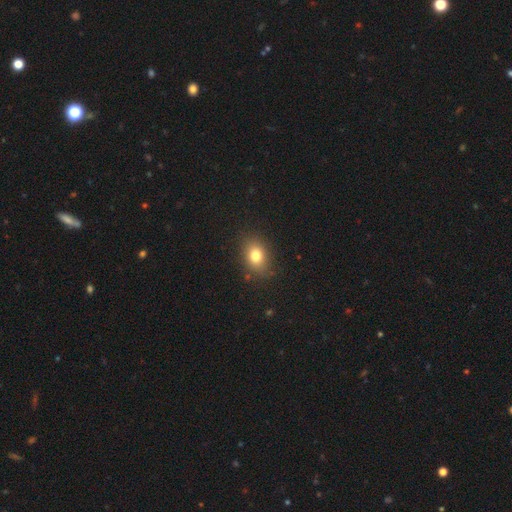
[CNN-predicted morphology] The model was most divided on "how rounded": in between: 64%, round: 35%, cigar-shaped: 1%. More confident: merging — none (82%); smooth or featured — smooth (78%).